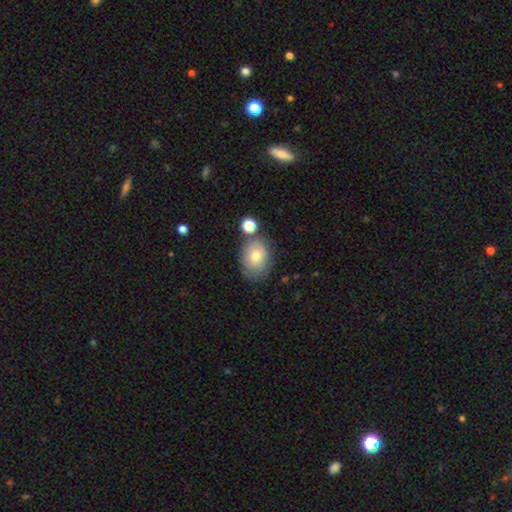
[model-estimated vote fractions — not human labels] Smooth or featured? Predicted: smooth (p=0.70). How rounded? Predicted: in between (p=0.64). Merging? Predicted: none (p=0.64).